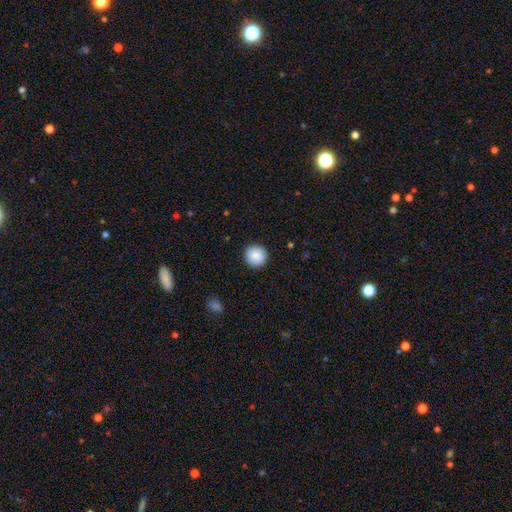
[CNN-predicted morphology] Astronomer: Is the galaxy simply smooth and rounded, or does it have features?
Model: smooth — 88%.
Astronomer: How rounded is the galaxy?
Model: round — 95%.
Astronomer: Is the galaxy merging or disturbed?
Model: none — 92%.